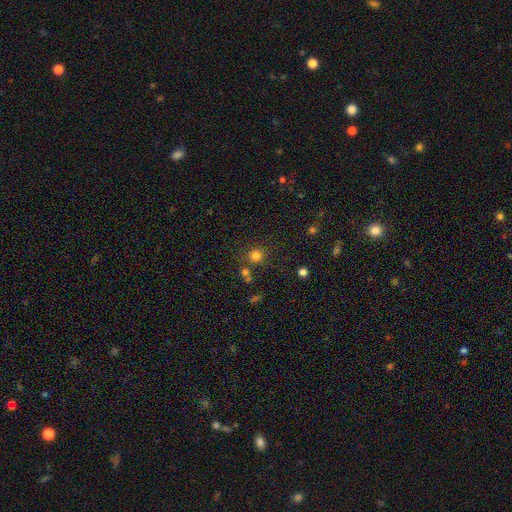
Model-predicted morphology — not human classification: Overall: smooth (77%). How rounded: round (90%). Merging: none (73%).